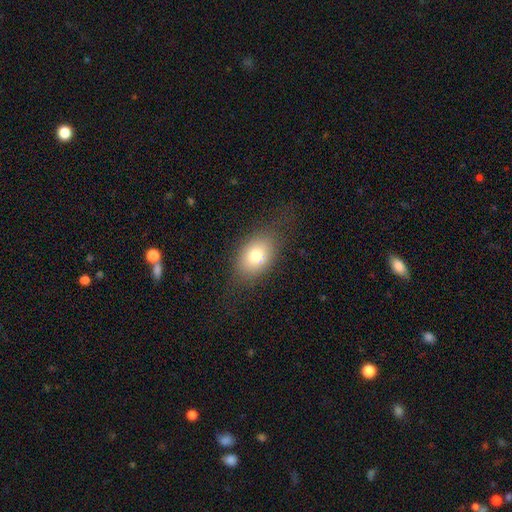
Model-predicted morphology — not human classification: This is likely a smooth galaxy (75%). How rounded: clearly in between (80%). Merging: likely none (73%).